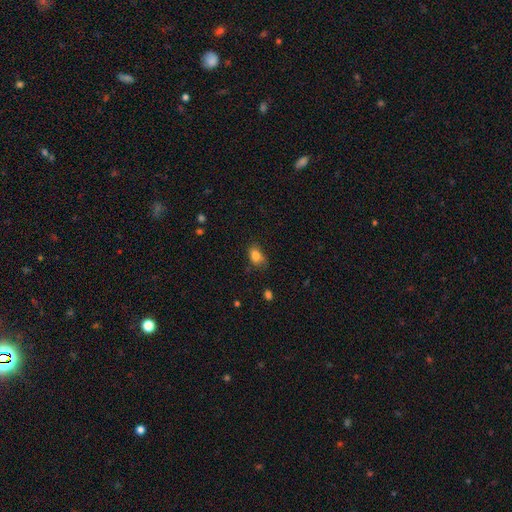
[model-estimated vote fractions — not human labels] smooth 83%, star or artifact 10%, featured or disk 7%. Down the decision tree: how rounded — in between (79%); merging — none (66%).